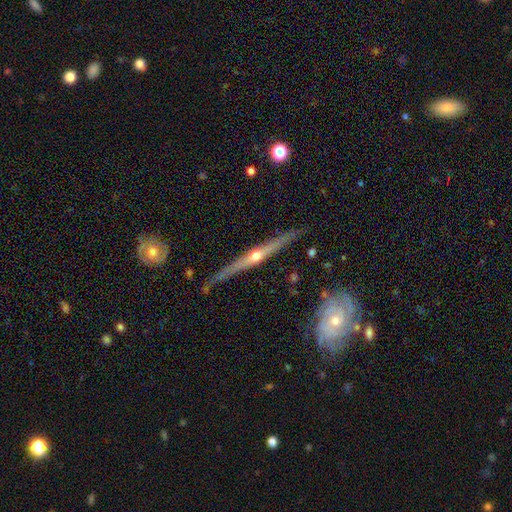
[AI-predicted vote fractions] The model was most divided on "merging": none: 81%, minor disturbance: 14%, major disturbance: 3%, merger: 2%. More confident: edge-on disk — yes (98%); edge-on bulge — rounded (90%); smooth or featured — featured or disk (82%).